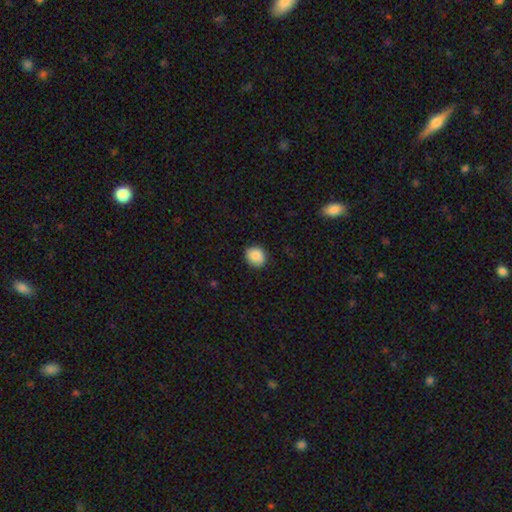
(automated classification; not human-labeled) smooth-or-featured: smooth: 87% | star or artifact: 8% | featured or disk: 5%
  how-rounded: round: 71% | in between: 28% | cigar-shaped: 1%
  merging: none: 86% | minor disturbance: 11% | major disturbance: 2% | merger: 1%